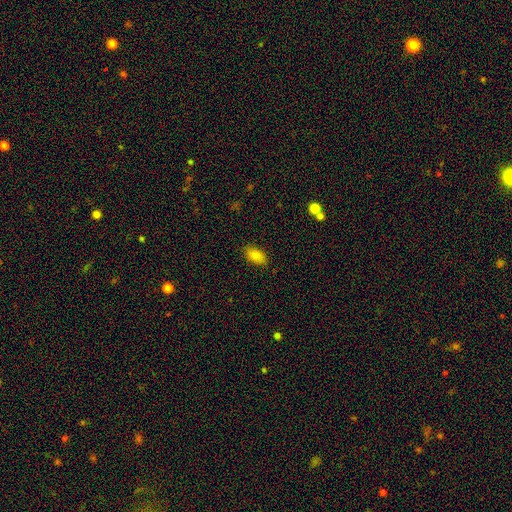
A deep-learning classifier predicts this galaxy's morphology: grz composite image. It shows a smooth galaxy with no disk features (85%) that is in between round and cigar-shaped (92%). Merging: none (86%).